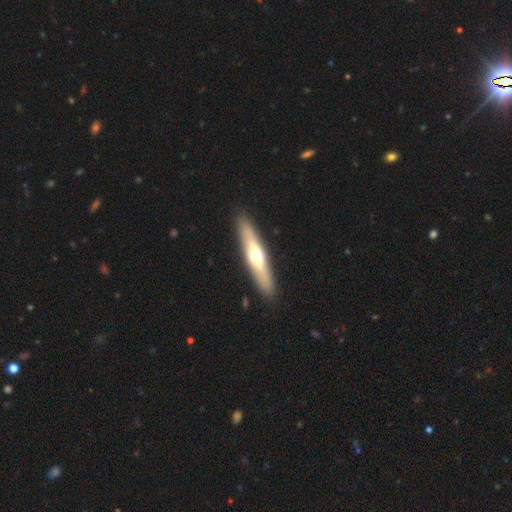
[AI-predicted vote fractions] smooth_or_featured: featured or disk (p=0.51) [alt: smooth p=0.43]
disk_edge_on: yes (p=0.83) [alt: no p=0.17]
merging: none (p=0.90) [alt: minor disturbance p=0.07]